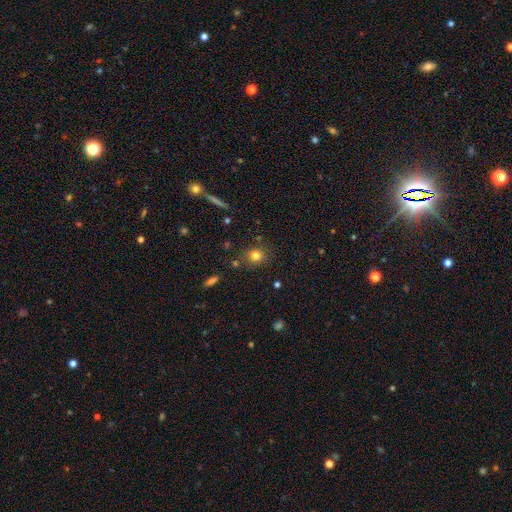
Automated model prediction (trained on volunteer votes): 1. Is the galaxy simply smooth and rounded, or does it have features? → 79% smooth, 13% star or artifact, 8% featured or disk.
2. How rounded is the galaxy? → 78% round, 21% in between, 1% cigar-shaped.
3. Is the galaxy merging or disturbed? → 79% none, 12% minor disturbance, 5% merger, 4% major disturbance.